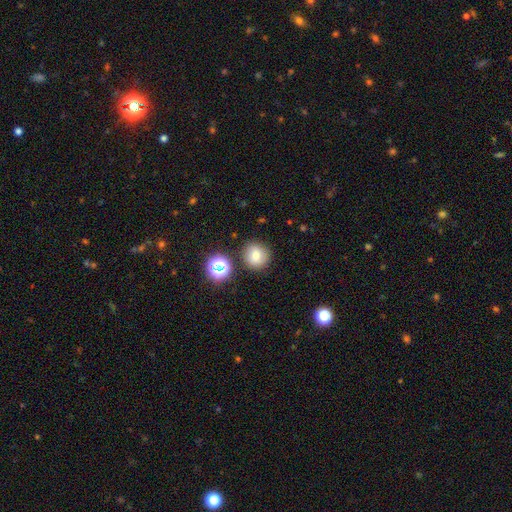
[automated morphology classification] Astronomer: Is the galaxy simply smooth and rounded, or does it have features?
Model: smooth — 74%.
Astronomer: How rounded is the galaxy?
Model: round — 91%.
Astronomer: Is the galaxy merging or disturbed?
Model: none — 83%.